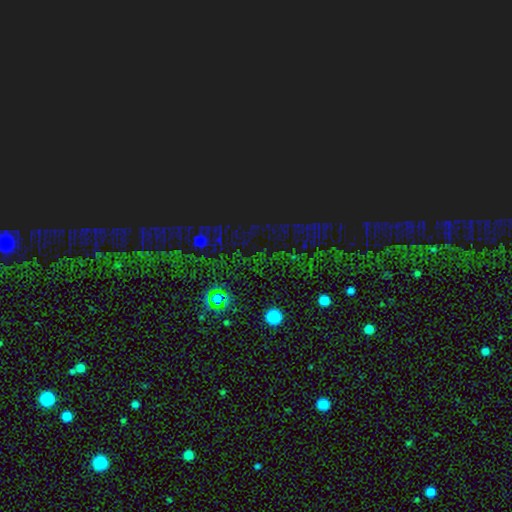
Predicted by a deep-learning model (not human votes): Smooth or featured? Predicted: star or artifact (p=0.79).